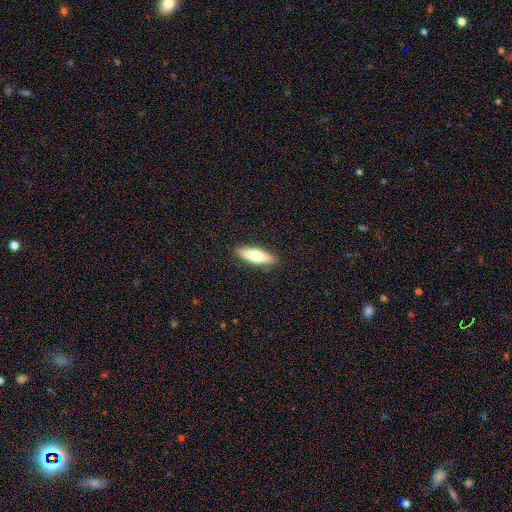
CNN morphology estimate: Smooth or featured: smooth — 58% (featured or disk — 36%)
How rounded: cigar-shaped — 62% (in between — 36%)
Merging: none — 90% (minor disturbance — 7%)